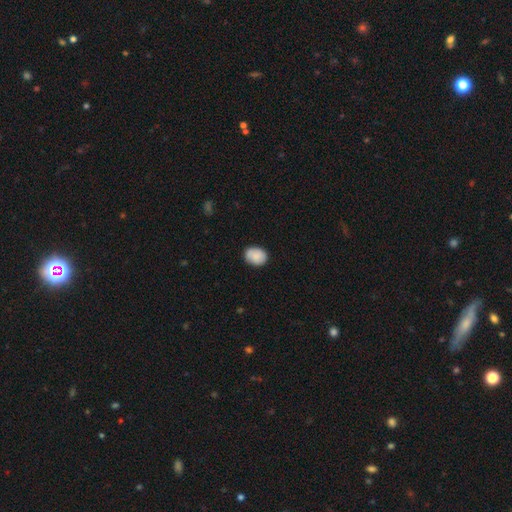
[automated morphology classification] Q: Smooth or featured?
A: smooth (84%); runner-up: featured or disk (9%)
Q: How rounded?
A: in between (54%); runner-up: round (45%)
Q: Merging?
A: none (79%); runner-up: minor disturbance (17%)